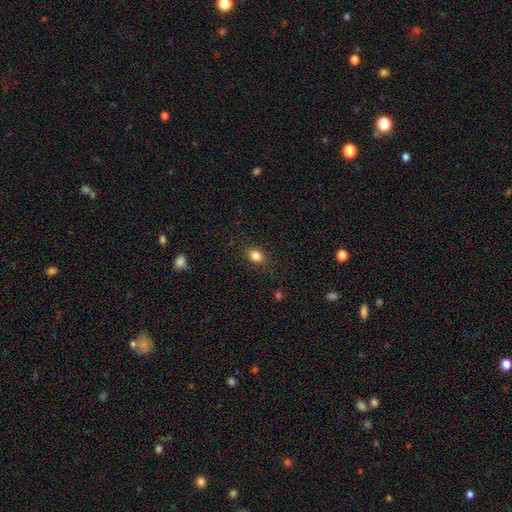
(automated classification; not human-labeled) Smooth or featured? Predicted: smooth (p=0.83). How rounded? Predicted: in between (p=0.54). Merging? Predicted: none (p=0.85).